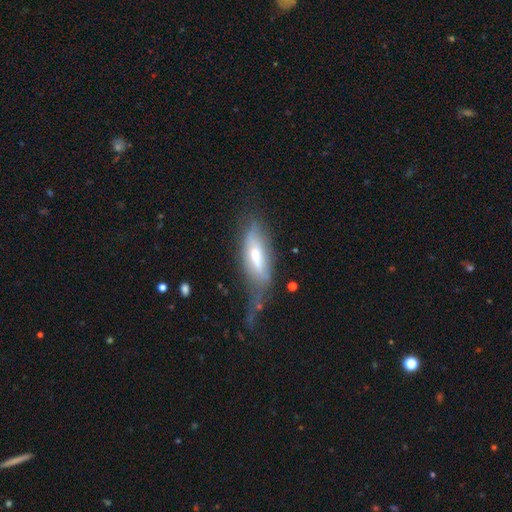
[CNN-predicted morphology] type=featured or disk (50%); edge-on=yes (54%); merging=none (33%, tied with major disturbance).